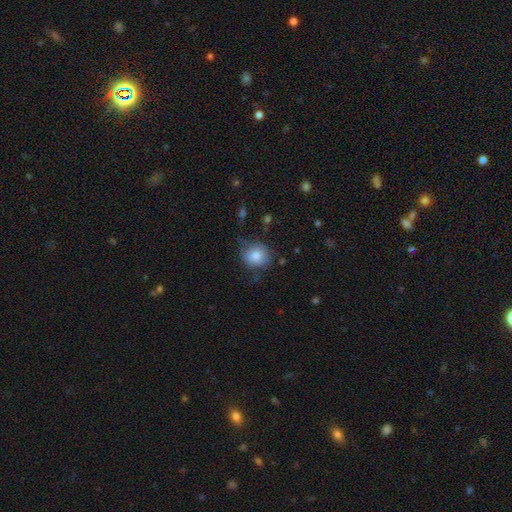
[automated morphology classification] This is clearly a smooth galaxy (80%). How rounded: likely round (80%). Merging: possibly none (60%).